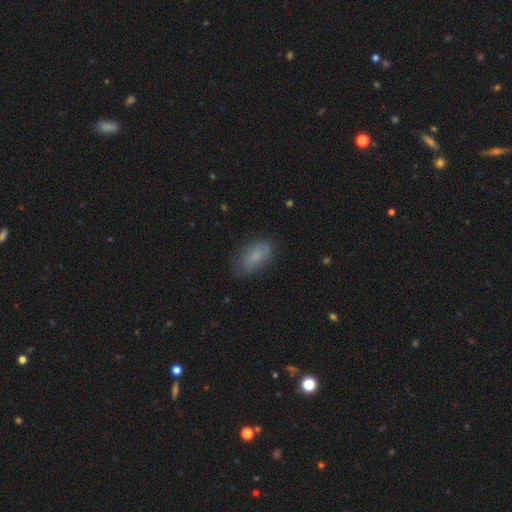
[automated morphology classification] A smooth galaxy with no disk features (80%) that is in between round and cigar-shaped (89%). Merging: none (76%).